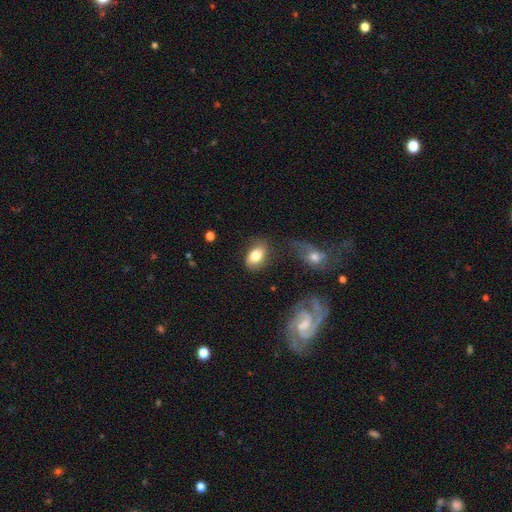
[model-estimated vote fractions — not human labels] smooth-or-featured: smooth: 78% | featured or disk: 14% | star or artifact: 7%
  how-rounded: in between: 86% | round: 12% | cigar-shaped: 2%
  merging: none: 68% | minor disturbance: 20% | major disturbance: 7% | merger: 6%